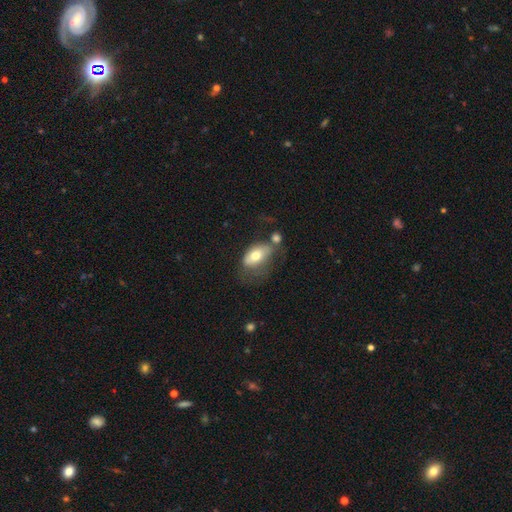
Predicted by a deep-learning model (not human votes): Smooth or featured? Predicted: smooth (p=0.67). How rounded? Predicted: in between (p=0.90). Merging? Predicted: none (p=0.31).